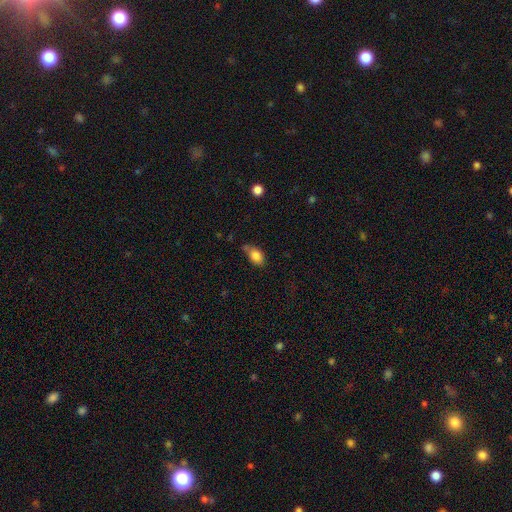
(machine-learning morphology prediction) smooth_or_featured: smooth (p=0.83) [alt: featured or disk p=0.09]
how_rounded: in between (p=0.85) [alt: round p=0.12]
merging: none (p=0.53) [alt: minor disturbance p=0.33]